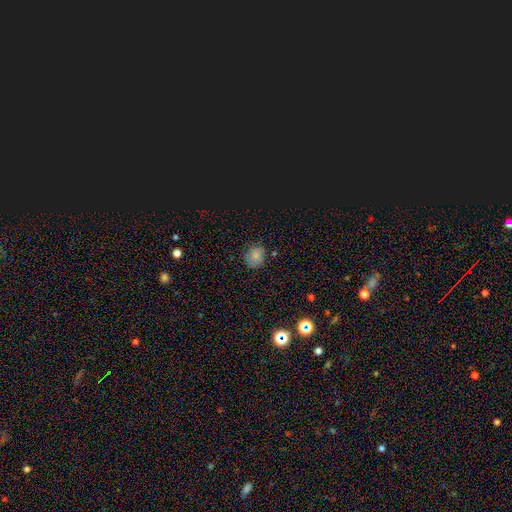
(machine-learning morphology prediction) type=smooth (77%); roundness=round (78%); merging=none (77%).